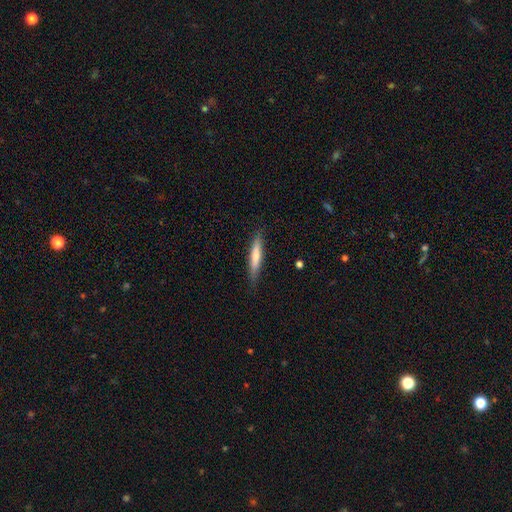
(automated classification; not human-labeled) This appears to be a smooth galaxy with no disk features (71%) that is cigar-shaped (89%). Merging: none (85%).